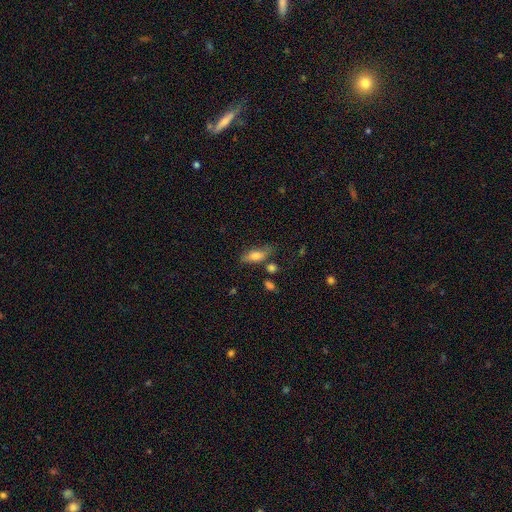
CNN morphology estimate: Smooth or featured?
  - smooth: 71% *
  - featured or disk: 21%
  - star or artifact: 8%
How rounded?
  - in between: 76% *
  - cigar-shaped: 20%
  - round: 4%
Merging?
  - none: 66% *
  - minor disturbance: 21%
  - merger: 7%
  - major disturbance: 6%